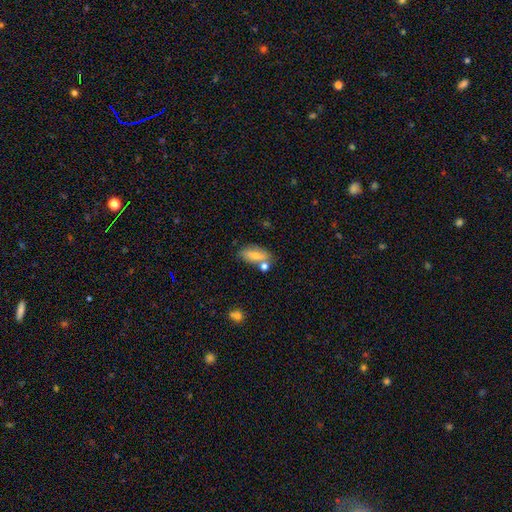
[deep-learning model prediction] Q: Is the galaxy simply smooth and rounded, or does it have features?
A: smooth — 70%.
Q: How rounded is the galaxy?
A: in between — 82%.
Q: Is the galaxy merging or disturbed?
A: none — 59%.